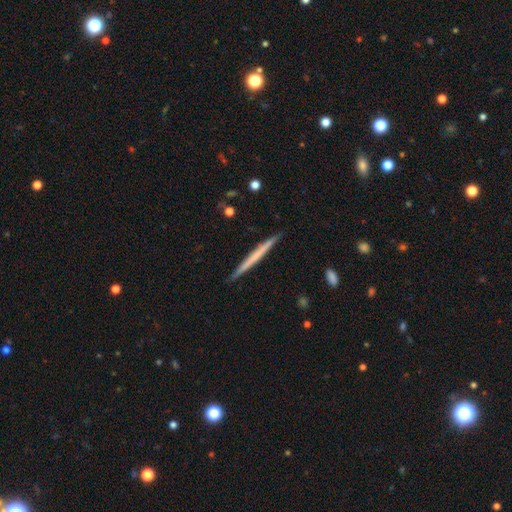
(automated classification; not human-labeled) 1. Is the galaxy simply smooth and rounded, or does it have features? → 48% smooth, 47% featured or disk, 5% star or artifact.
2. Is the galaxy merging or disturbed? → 91% none, 6% minor disturbance, 1% major disturbance, 1% merger.